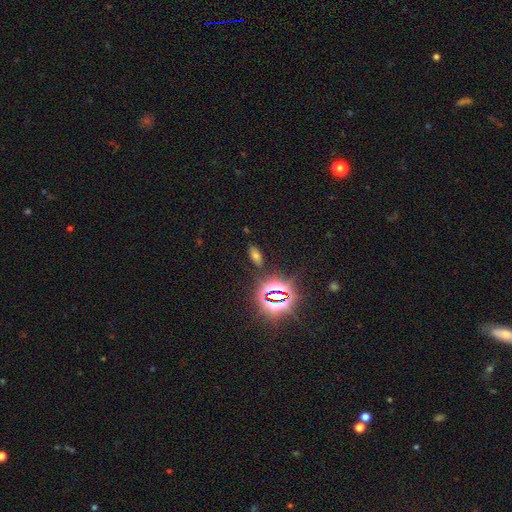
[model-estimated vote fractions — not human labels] smooth 54%, star or artifact 35%, featured or disk 11%. Down the decision tree: how rounded — in between (85%); merging — none (84%).